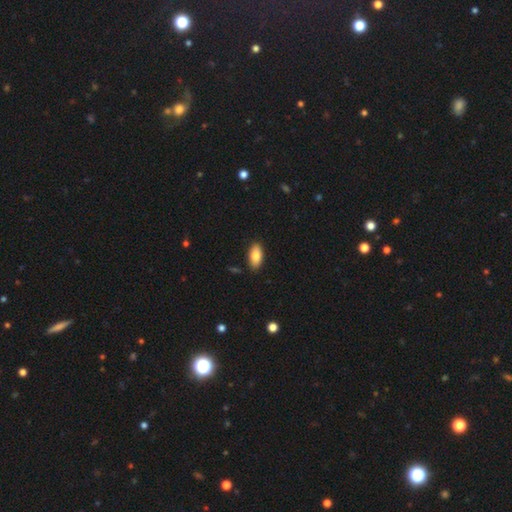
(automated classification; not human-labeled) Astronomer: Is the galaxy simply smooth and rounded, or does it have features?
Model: smooth — 84%.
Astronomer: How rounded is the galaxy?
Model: in between — 91%.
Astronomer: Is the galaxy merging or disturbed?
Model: none — 88%.